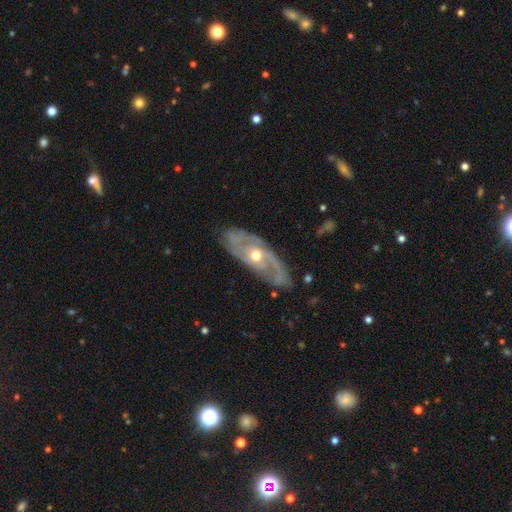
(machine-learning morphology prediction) Smooth or featured: featured or disk — 83% (smooth — 13%)
Edge-on disk: no — 86% (yes — 14%)
Bar: no — 74% (weak — 21%)
Spiral arms: yes — 86% (no — 14%)
Spiral winding: tight — 46% (medium — 38%)
Spiral arm count: 2 — 52% (can't tell — 27%)
Bulge size: moderate — 68% (small — 26%)
Merging: none — 77% (minor disturbance — 16%)